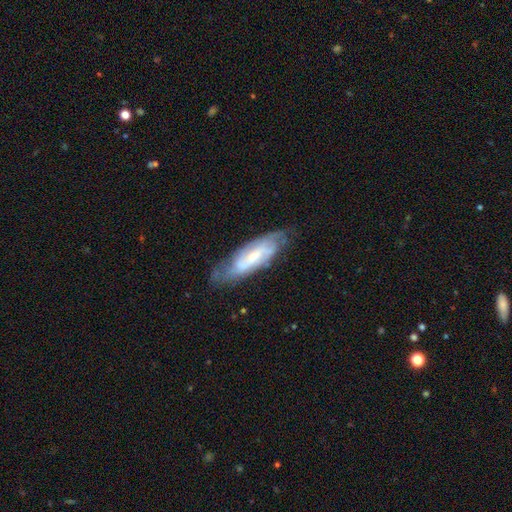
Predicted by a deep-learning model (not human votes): A featured or disk galaxy (69%) with a weak bar (42%), spiral arms (85%) and a small central bulge (50%).

Vote fractions:
- Smooth or featured? featured or disk: 69% / smooth: 24% / star or artifact: 7%
- Edge-on disk? no: 75% / yes: 25%
- Bar? weak: 42% / no: 40% / strong: 18%
- Spiral arms? yes: 85% / no: 15%
- Bulge size? small: 50% / moderate: 36% / none: 8% / large: 5% / dominant: 1%
- Merging? none: 72% / minor disturbance: 20% / major disturbance: 6% / merger: 2%